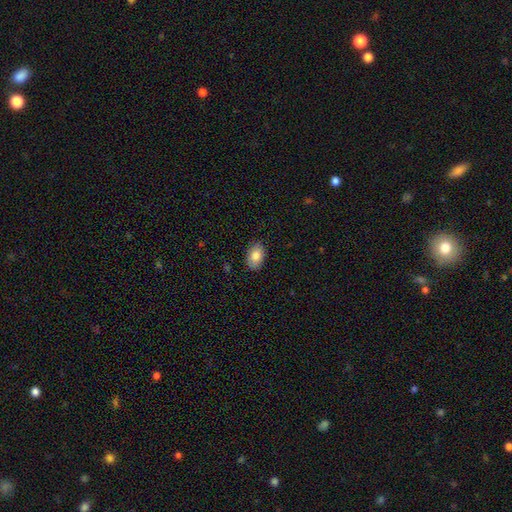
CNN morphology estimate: This appears to be a smooth galaxy with no disk features (82%) that is in between round and cigar-shaped (88%). Merging: none (87%).